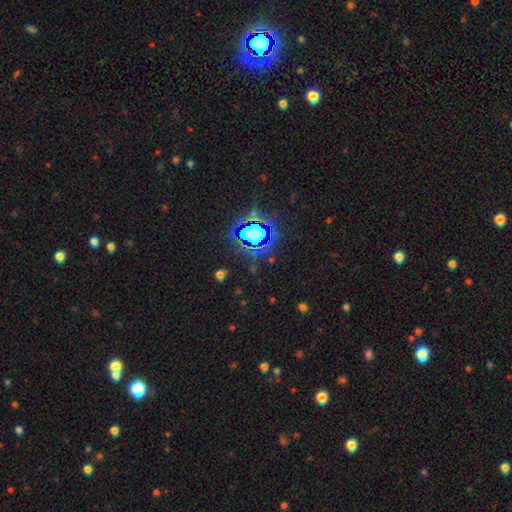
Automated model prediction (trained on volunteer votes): This is clearly a star or artifact rather than a galaxy (81%).